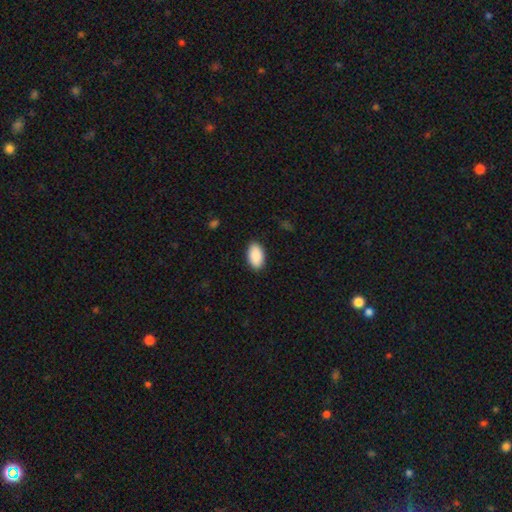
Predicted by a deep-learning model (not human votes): The model was most divided on "merging": none: 89%, minor disturbance: 8%, major disturbance: 2%, merger: 1%. More confident: how rounded — in between (95%); smooth or featured — smooth (91%).